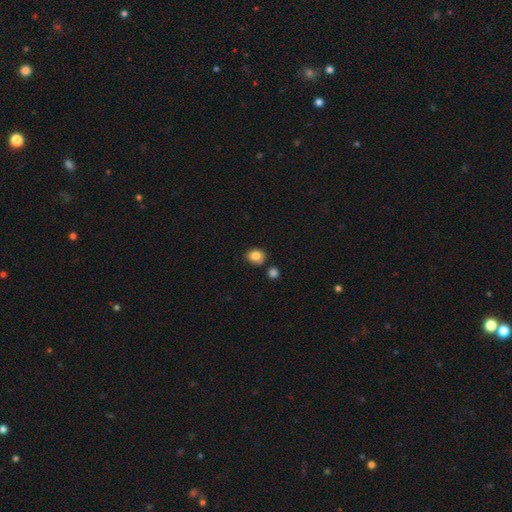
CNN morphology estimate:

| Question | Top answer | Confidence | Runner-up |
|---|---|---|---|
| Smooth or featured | smooth | 84% | star or artifact (9%) |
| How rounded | round | 51% | in between (48%) |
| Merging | none | 71% | minor disturbance (16%) |